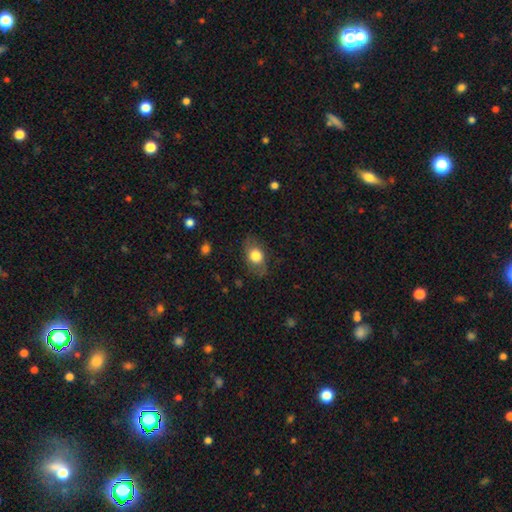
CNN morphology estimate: Smooth or featured? Predicted: smooth (p=0.73). How rounded? Predicted: in between (p=0.75). Merging? Predicted: none (p=0.76).